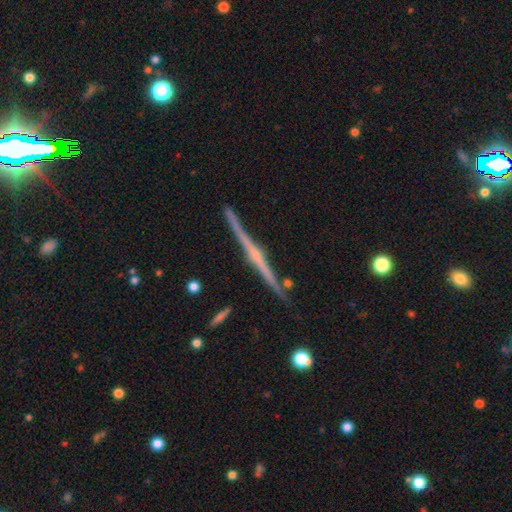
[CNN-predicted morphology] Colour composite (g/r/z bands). It shows a featured or disk galaxy (82%) viewed edge-on (98%) with a rounded central bulge (55%). Merging: none (89%).